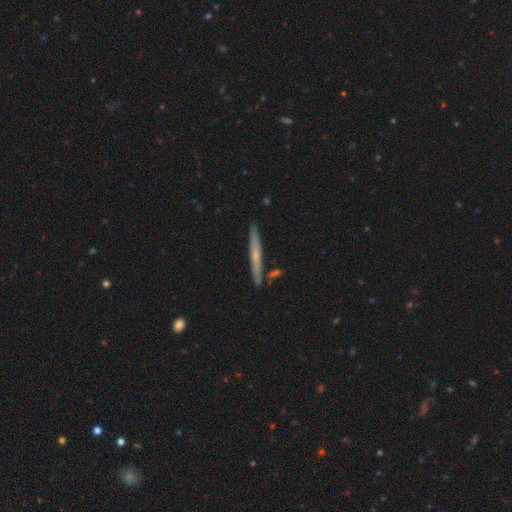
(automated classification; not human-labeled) Morphology: type=featured or disk (55%); edge-on=yes (95%); edge-on bulge=none (49%); merging=none (85%).